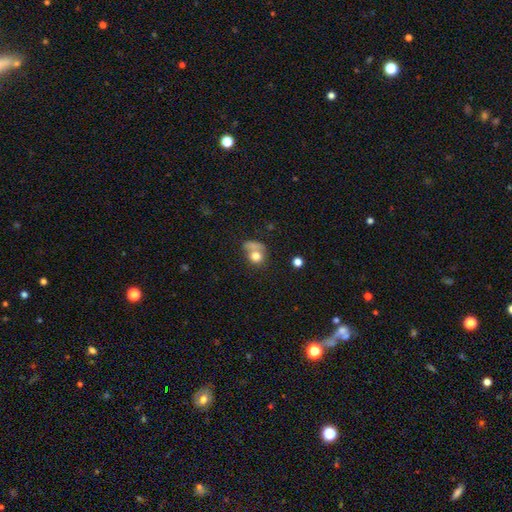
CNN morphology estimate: smooth 74%, featured or disk 15%, star or artifact 11%. Down the decision tree: how rounded — round (65%); merging — none (35%).